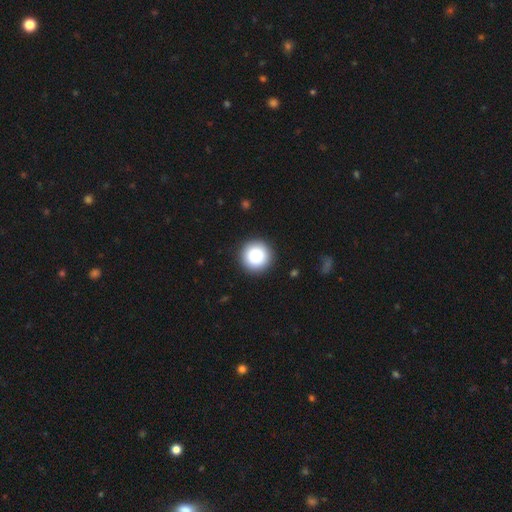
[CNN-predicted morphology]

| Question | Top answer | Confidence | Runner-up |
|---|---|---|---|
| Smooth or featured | smooth | 85% | star or artifact (9%) |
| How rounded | round | 96% | in between (3%) |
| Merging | none | 92% | minor disturbance (5%) |